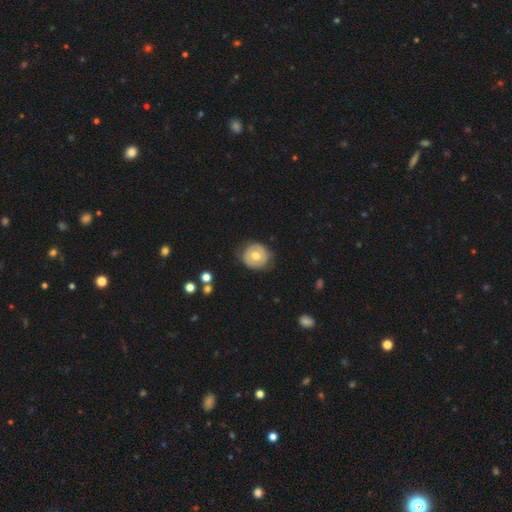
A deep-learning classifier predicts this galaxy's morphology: smooth-or-featured: smooth: 56% | featured or disk: 38% | star or artifact: 6%
  how-rounded: round: 88% | in between: 11% | cigar-shaped: 1%
  merging: none: 77% | minor disturbance: 17% | major disturbance: 5% | merger: 1%